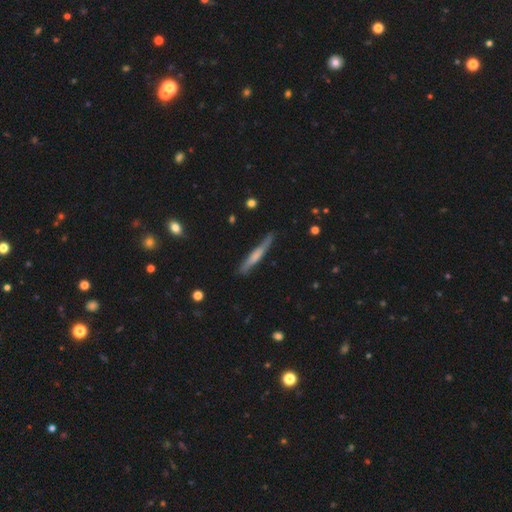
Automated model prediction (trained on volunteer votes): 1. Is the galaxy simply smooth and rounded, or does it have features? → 53% smooth, 42% featured or disk, 6% star or artifact.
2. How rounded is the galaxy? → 94% cigar-shaped, 4% in between, 2% round.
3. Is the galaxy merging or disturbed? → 78% none, 17% minor disturbance, 3% major disturbance, 2% merger.